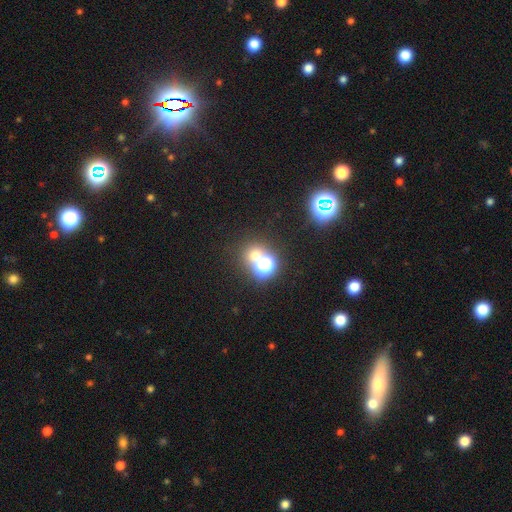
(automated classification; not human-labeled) smooth-or-featured: smooth: 48% | star or artifact: 43% | featured or disk: 9%
  merging: none: 64% | merger: 25% | minor disturbance: 7% | major disturbance: 4%